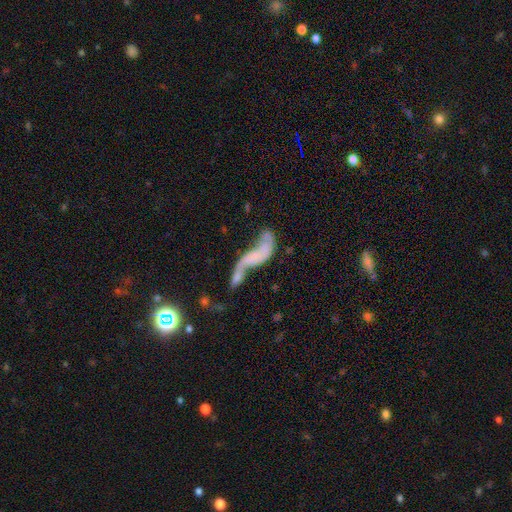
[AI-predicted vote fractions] smooth-or-featured: featured or disk: 64% | smooth: 24% | star or artifact: 12%
  disk-edge-on: no: 89% | yes: 11%
    bar: no: 70% | weak: 21% | strong: 9%
    has-spiral-arms: yes: 62% | no: 38%
    bulge-size: none: 61% | small: 27% | moderate: 9% | large: 2% | dominant: 1%
  merging: merger: 45% | major disturbance: 24% | none: 20% | minor disturbance: 12%